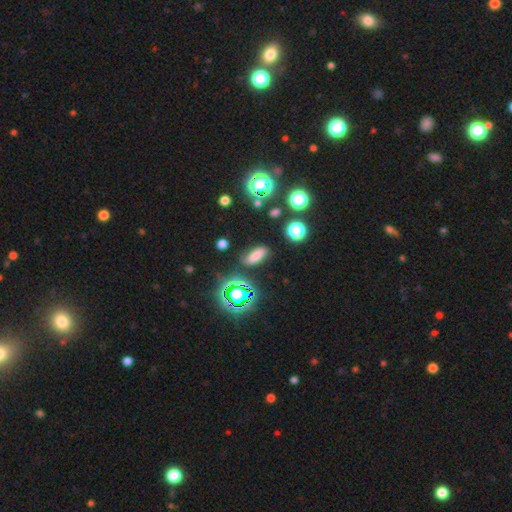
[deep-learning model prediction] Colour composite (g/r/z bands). It shows a smooth galaxy with no disk features (67%) that is in between round and cigar-shaped (69%). Merging: none (78%).